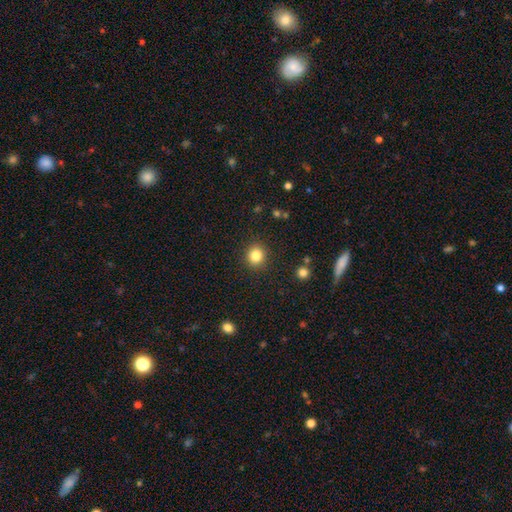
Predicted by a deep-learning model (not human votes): This is clearly a smooth galaxy (83%). How rounded: clearly round (85%). Merging: clearly none (90%).